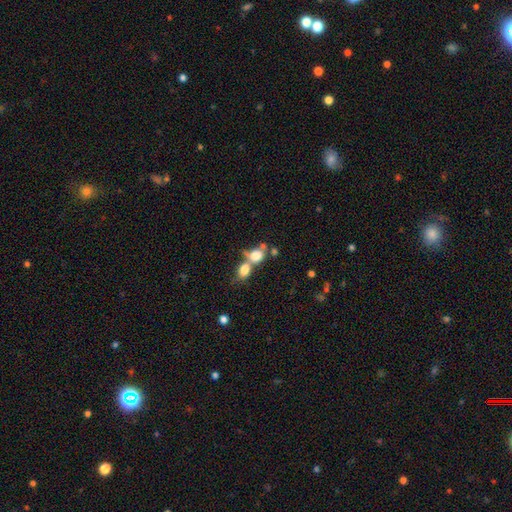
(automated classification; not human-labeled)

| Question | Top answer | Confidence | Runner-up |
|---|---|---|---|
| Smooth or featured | smooth | 76% | featured or disk (14%) |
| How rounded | round | 51% | in between (47%) |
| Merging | merger | 63% | none (24%) |